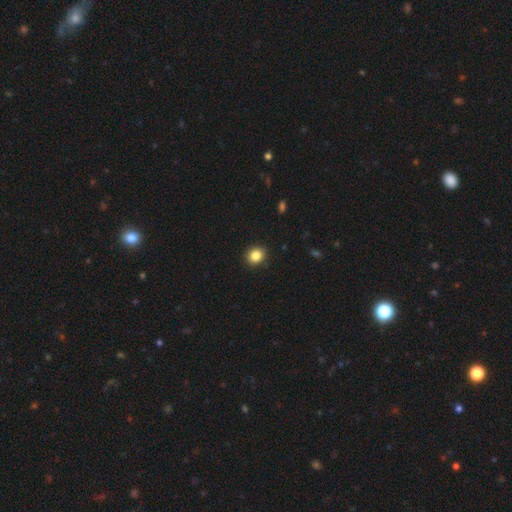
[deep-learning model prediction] Overall: smooth (85%). How rounded: round (73%). Merging: none (92%).